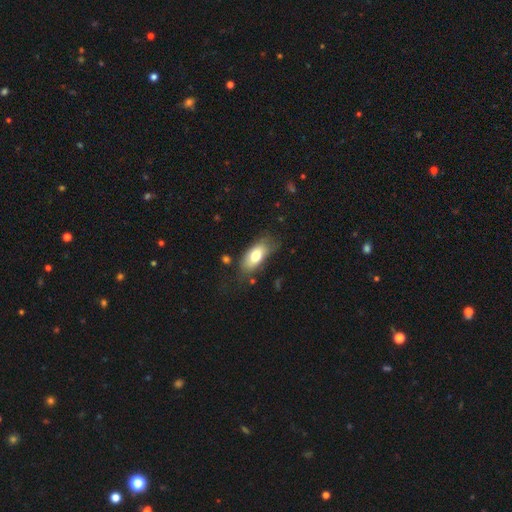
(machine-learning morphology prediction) Smooth or featured? smooth (72%)
How rounded? in between (87%)
Merging? none (66%)